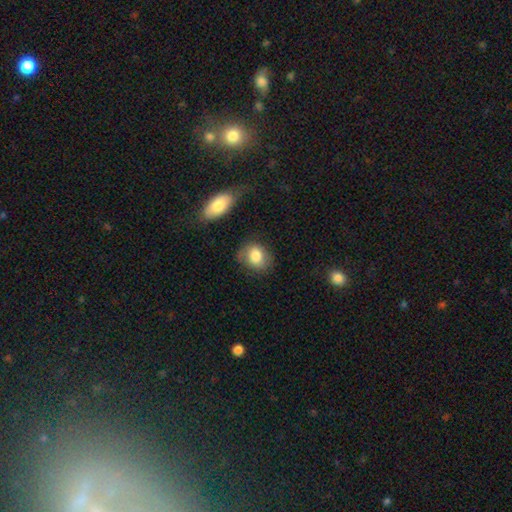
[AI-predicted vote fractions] Smooth or featured: smooth — 81% (featured or disk — 12%)
How rounded: in between — 50% (round — 48%)
Merging: none — 65% (minor disturbance — 23%)